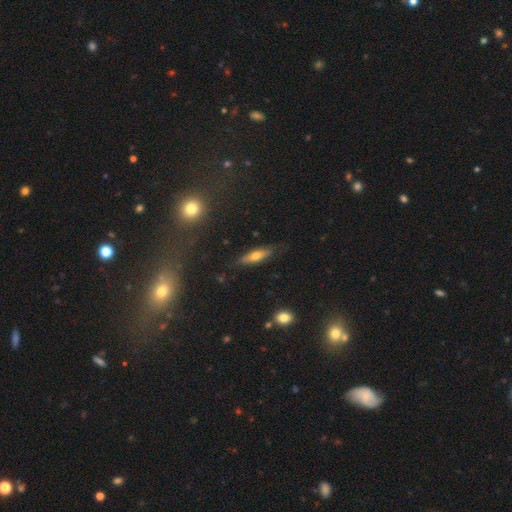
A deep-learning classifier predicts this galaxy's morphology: Q: Smooth or featured?
A: smooth (56%); runner-up: featured or disk (36%)
Q: How rounded?
A: cigar-shaped (56%); runner-up: in between (41%)
Q: Merging?
A: none (81%); runner-up: minor disturbance (14%)